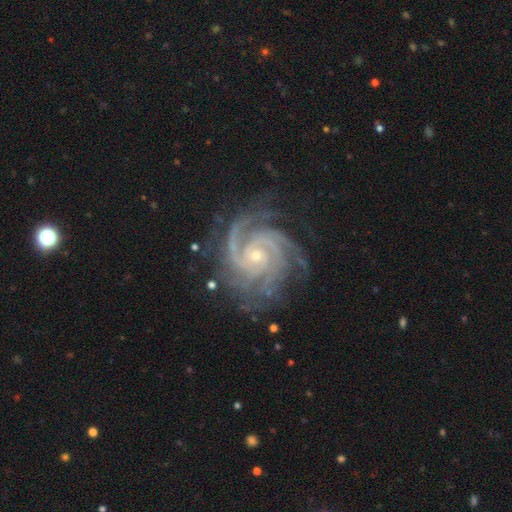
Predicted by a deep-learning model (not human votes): This is clearly a featured or disk galaxy (93%). It is clearly not viewed edge-on (98%). Bar: likely no (70%). Spiral arm pattern: clearly yes (99%). Spiral arm count: marginally 3 (29%). Spiral winding: likely tight (74%). Central bulge: likely small (74%). Merging: likely none (76%).